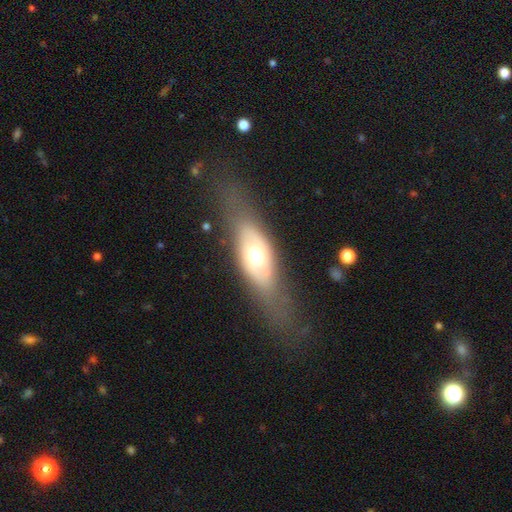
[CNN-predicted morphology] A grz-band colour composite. It shows a featured or disk galaxy (48%). Merging: none (61%).